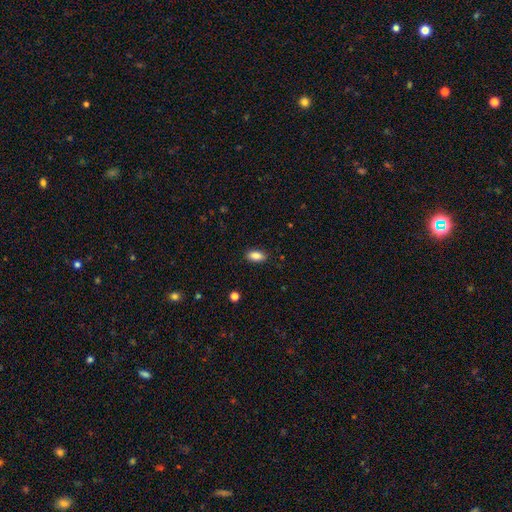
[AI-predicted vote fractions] Q: Smooth or featured?
A: smooth (88%); runner-up: star or artifact (8%)
Q: How rounded?
A: in between (91%); runner-up: cigar-shaped (5%)
Q: Merging?
A: none (88%); runner-up: minor disturbance (9%)